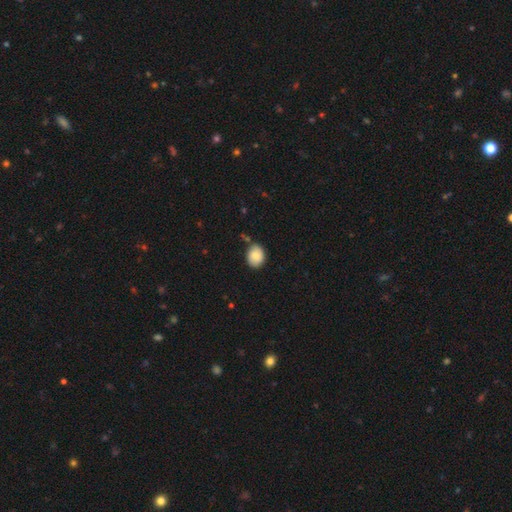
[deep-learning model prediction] Overall: smooth (84%). How rounded: round (50%; in between 49%). Merging: none (76%).